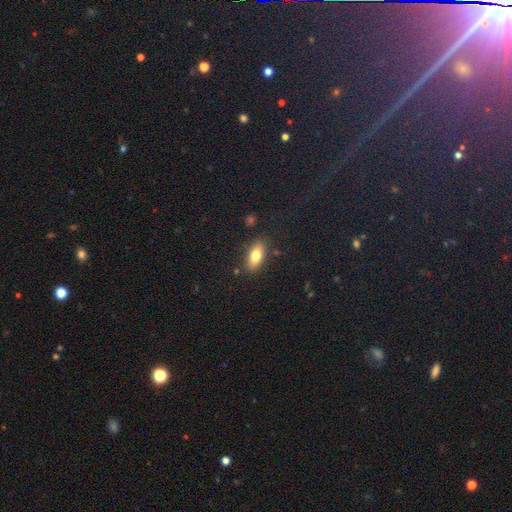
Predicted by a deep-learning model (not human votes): A smooth galaxy with no disk features (77%) that is in between round and cigar-shaped (84%). Merging: none (83%).